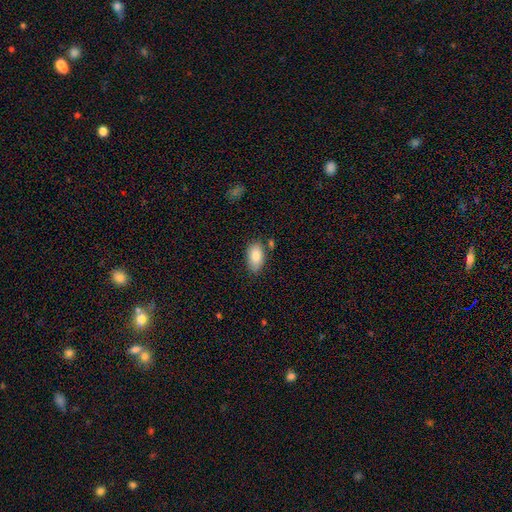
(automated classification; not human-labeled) Morphology: type=smooth (83%); roundness=in between (93%); merging=none (72%).